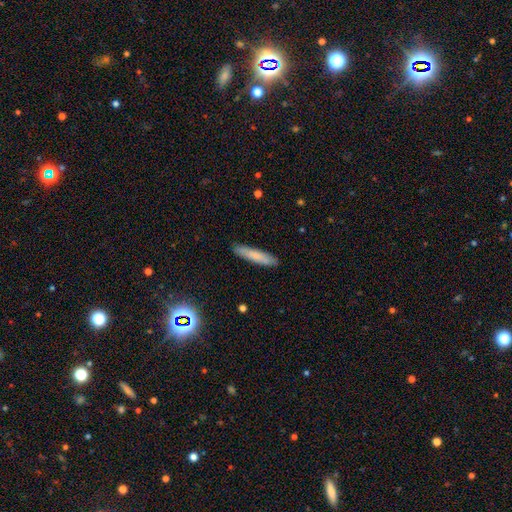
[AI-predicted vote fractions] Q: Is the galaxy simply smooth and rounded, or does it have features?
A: smooth — 77%.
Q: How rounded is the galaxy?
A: cigar-shaped — 88%.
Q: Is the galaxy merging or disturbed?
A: none — 89%.